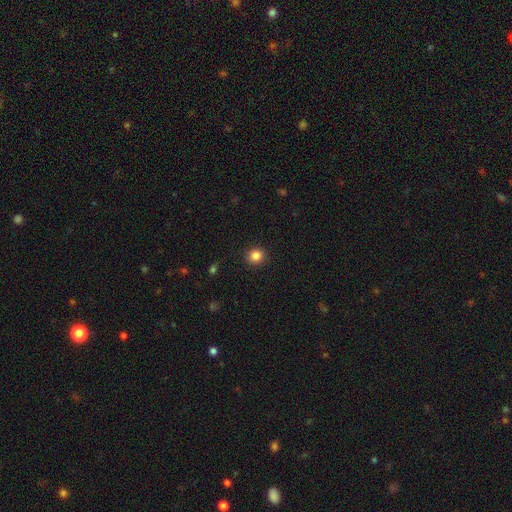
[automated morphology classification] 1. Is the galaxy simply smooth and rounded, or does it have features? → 84% smooth, 11% star or artifact, 4% featured or disk.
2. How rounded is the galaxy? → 88% round, 11% in between, 1% cigar-shaped.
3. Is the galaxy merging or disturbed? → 92% none, 6% minor disturbance, 2% major disturbance, 1% merger.